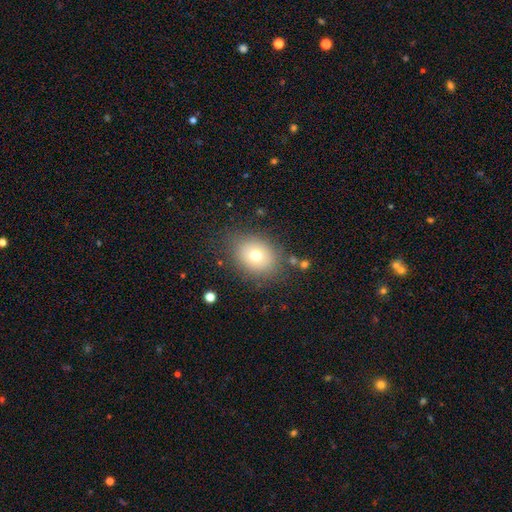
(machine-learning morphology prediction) Overall: smooth (71%). How rounded: round (50%; in between 49%). Merging: none (80%).